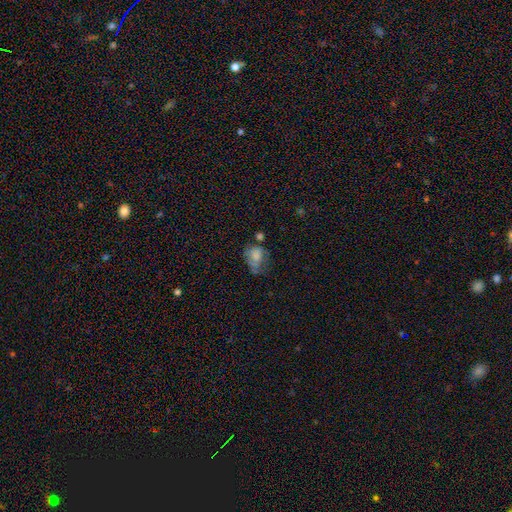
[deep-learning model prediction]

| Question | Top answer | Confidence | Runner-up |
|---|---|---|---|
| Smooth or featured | smooth | 64% | featured or disk (24%) |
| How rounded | in between | 62% | round (37%) |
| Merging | major disturbance | 29% | minor disturbance (28%) |